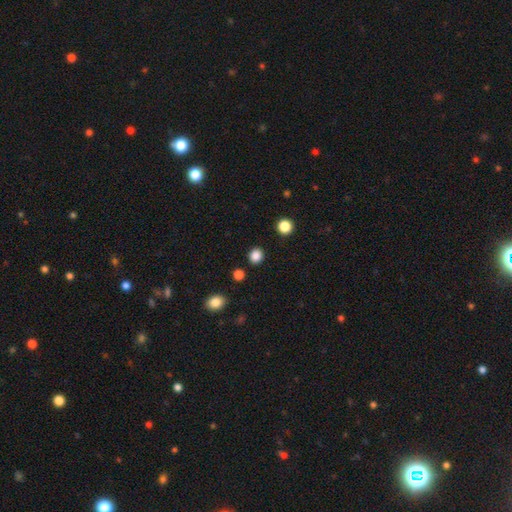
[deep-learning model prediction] Smooth or featured: smooth — 86% (star or artifact — 11%)
How rounded: round — 78% (in between — 21%)
Merging: none — 89% (minor disturbance — 6%)